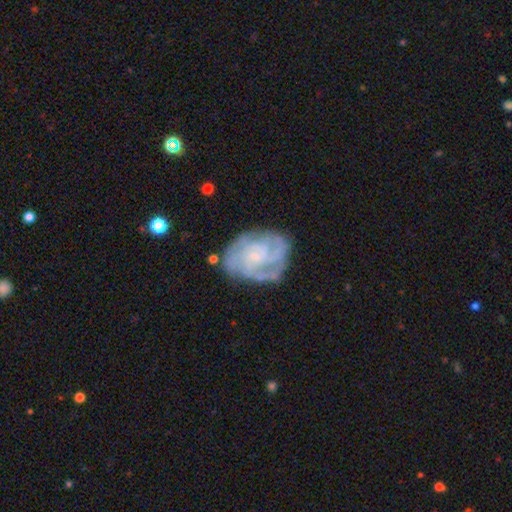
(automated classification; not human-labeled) Smooth or featured? featured or disk (80%)
Edge-on disk? no (98%)
Bar? no (70%)
Spiral arms? yes (92%)
Spiral winding? tight (59%)
Spiral arm count? can't tell (34%)
Bulge size? small (70%)
Merging? none (66%)